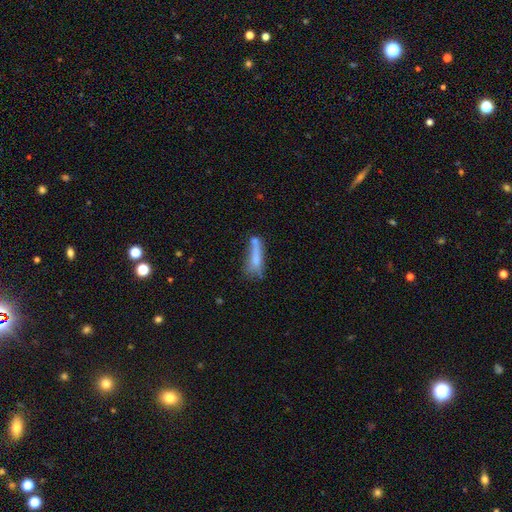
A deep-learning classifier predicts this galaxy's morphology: This is likely a smooth galaxy (61%). How rounded: likely cigar-shaped (63%). Merging: marginally none (34%).